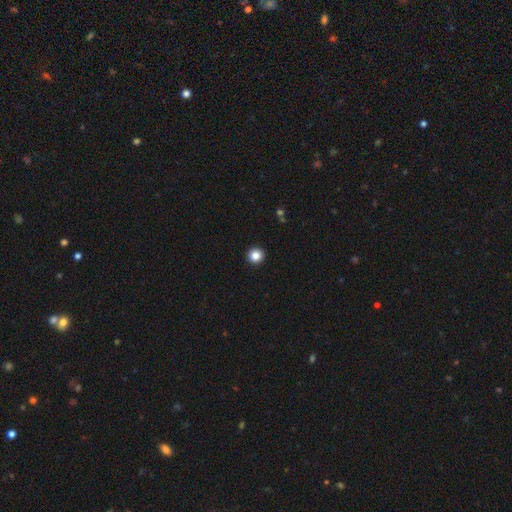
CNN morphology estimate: Q: Smooth or featured?
A: smooth (84%); runner-up: star or artifact (11%)
Q: How rounded?
A: round (94%); runner-up: in between (5%)
Q: Merging?
A: none (94%); runner-up: minor disturbance (4%)